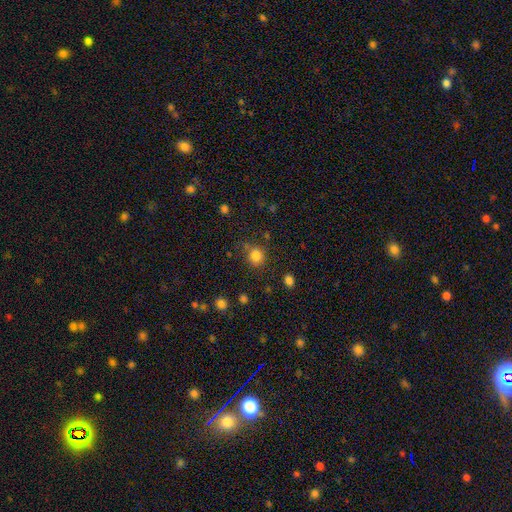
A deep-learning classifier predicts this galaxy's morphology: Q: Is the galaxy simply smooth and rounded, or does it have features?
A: smooth — 82%.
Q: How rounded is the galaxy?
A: round — 85%.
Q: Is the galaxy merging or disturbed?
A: none — 72%.